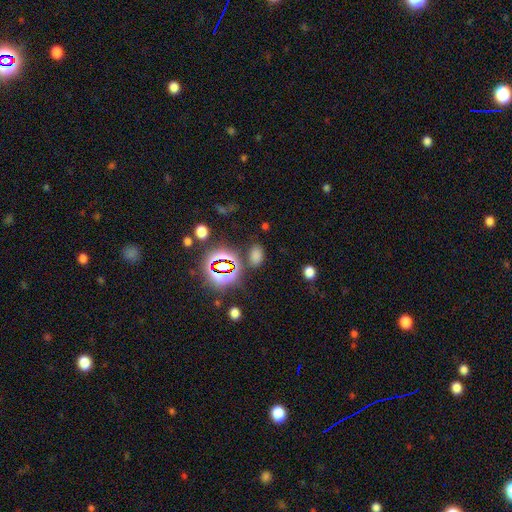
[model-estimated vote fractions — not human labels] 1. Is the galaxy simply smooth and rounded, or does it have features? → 64% smooth, 30% star or artifact, 6% featured or disk.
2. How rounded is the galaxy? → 84% in between, 14% round, 2% cigar-shaped.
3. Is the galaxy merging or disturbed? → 78% none, 12% minor disturbance, 5% merger, 5% major disturbance.